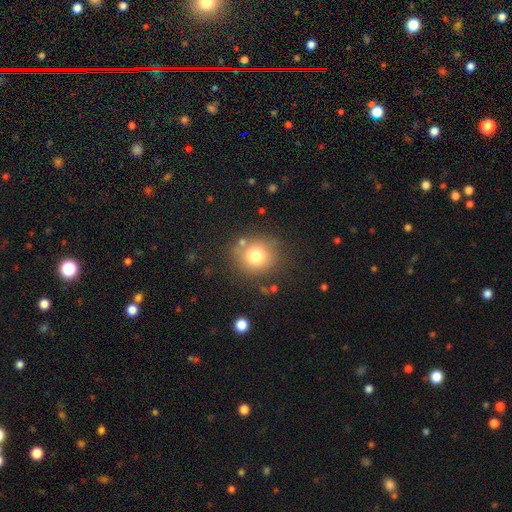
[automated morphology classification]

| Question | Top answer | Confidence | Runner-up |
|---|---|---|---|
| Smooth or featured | smooth | 76% | star or artifact (13%) |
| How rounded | round | 86% | in between (13%) |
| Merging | none | 78% | minor disturbance (12%) |